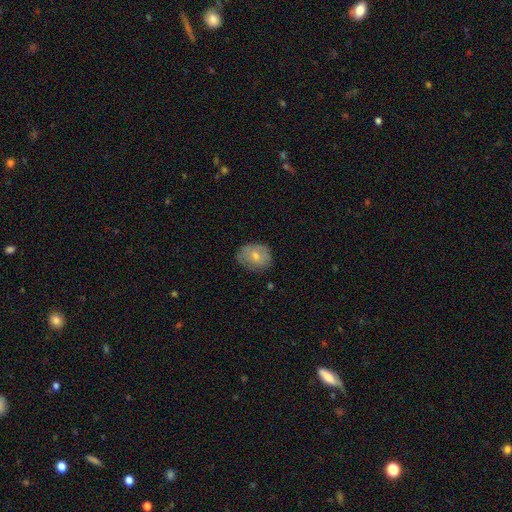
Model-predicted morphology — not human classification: Smooth or featured? Predicted: smooth (p=0.66). How rounded? Predicted: round (p=0.50). Merging? Predicted: none (p=0.67).